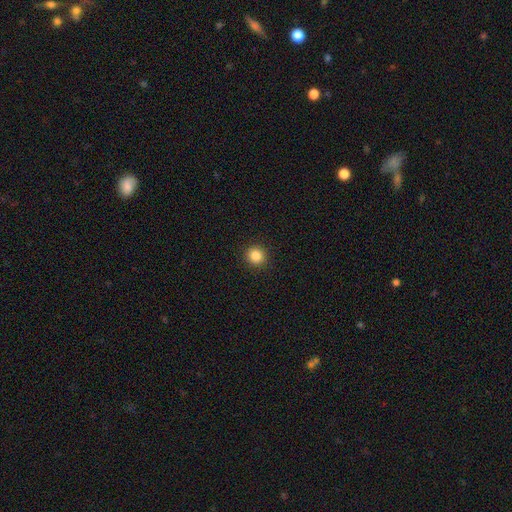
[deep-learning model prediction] Overall: smooth (85%). How rounded: round (93%). Merging: none (93%).